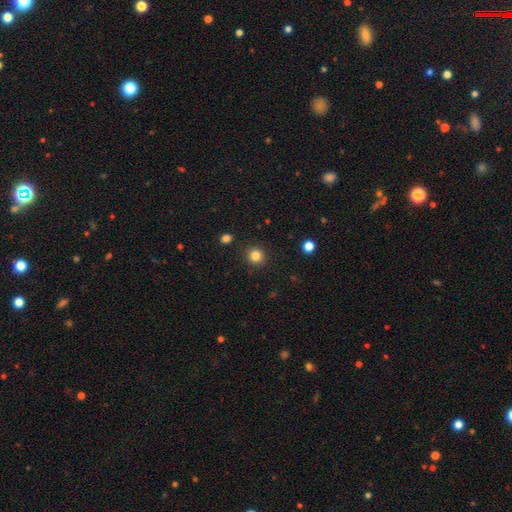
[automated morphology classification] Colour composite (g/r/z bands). It shows a smooth galaxy with no disk features (83%) that is round (93%). Merging: none (91%).